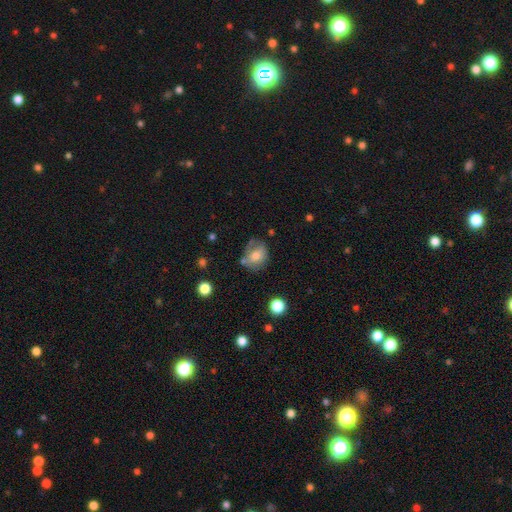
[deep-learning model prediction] A smooth galaxy with no disk features (61%) that is round (61%).

Vote fractions:
- Smooth or featured? smooth: 61% / featured or disk: 30% / star or artifact: 9%
- How rounded? round: 61% / in between: 38% / cigar-shaped: 1%
- Merging? none: 53% / minor disturbance: 27% / major disturbance: 12% / merger: 8%